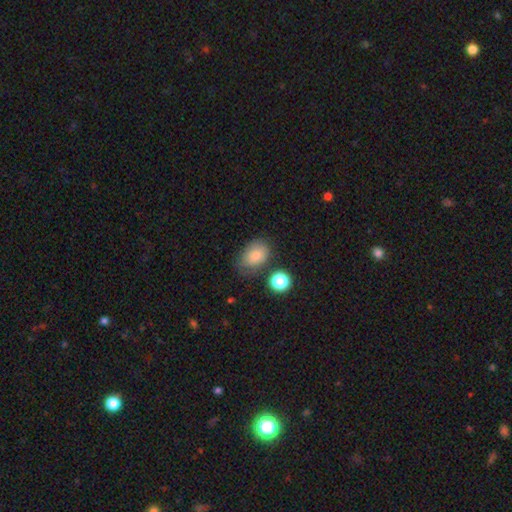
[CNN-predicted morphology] A smooth galaxy with no disk features (80%) that is in between round and cigar-shaped (82%).

Vote fractions:
- Smooth or featured? smooth: 80% / featured or disk: 10% / star or artifact: 10%
- How rounded? in between: 82% / round: 17% / cigar-shaped: 1%
- Merging? none: 60% / minor disturbance: 25% / major disturbance: 8% / merger: 7%